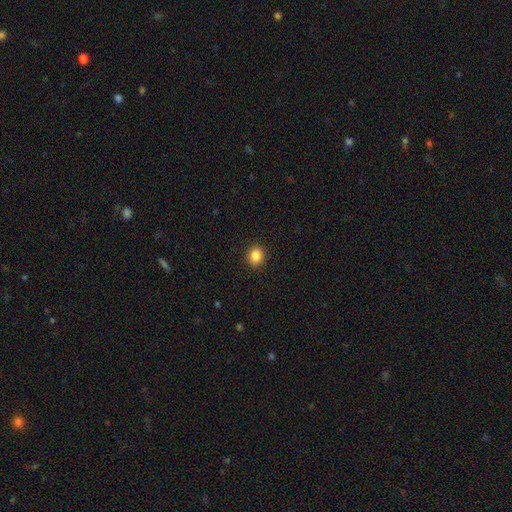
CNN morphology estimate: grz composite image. It shows a smooth galaxy with no disk features (86%) that is round (71%). Merging: none (92%).